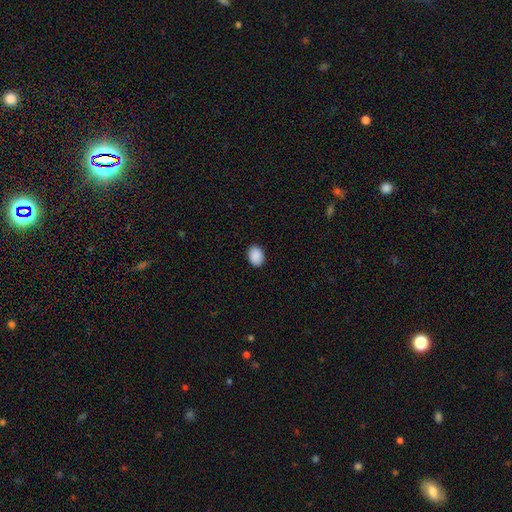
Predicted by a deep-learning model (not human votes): Smooth or featured? Predicted: smooth (p=0.90). How rounded? Predicted: in between (p=0.74). Merging? Predicted: none (p=0.90).